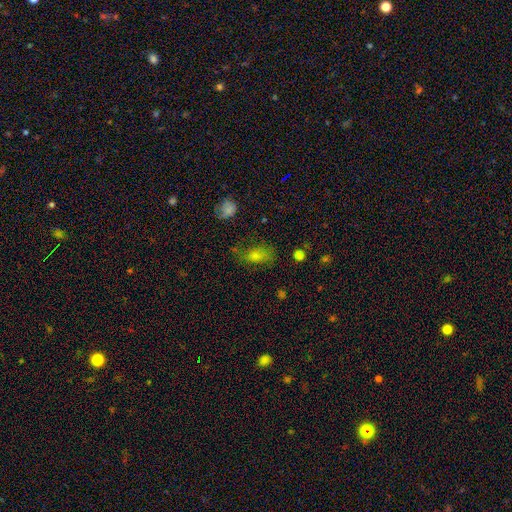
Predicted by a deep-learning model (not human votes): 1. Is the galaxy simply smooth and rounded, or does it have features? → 60% smooth, 20% star or artifact, 20% featured or disk.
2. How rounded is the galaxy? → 81% in between, 15% round, 5% cigar-shaped.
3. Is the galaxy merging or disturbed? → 60% none, 24% minor disturbance, 12% major disturbance, 3% merger.